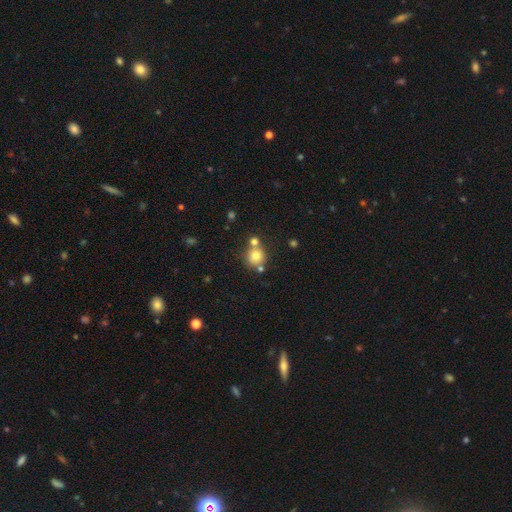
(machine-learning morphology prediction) Overall: smooth (76%). How rounded: round (89%). Merging: none (60%; merger 28%).